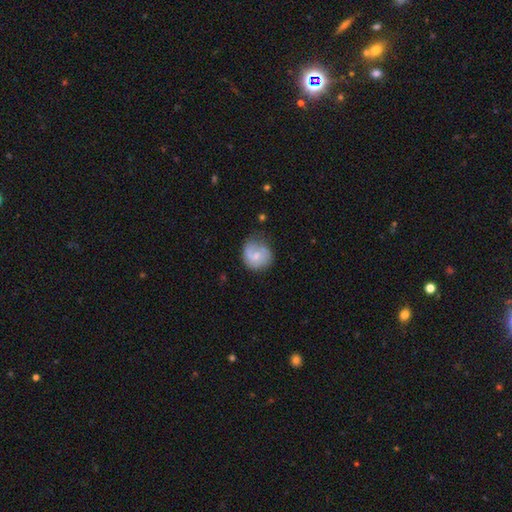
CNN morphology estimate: Smooth or featured: featured or disk — 51% (smooth — 43%)
Edge-on disk: no — 98% (yes — 2%)
Merging: none — 57% (minor disturbance — 27%)